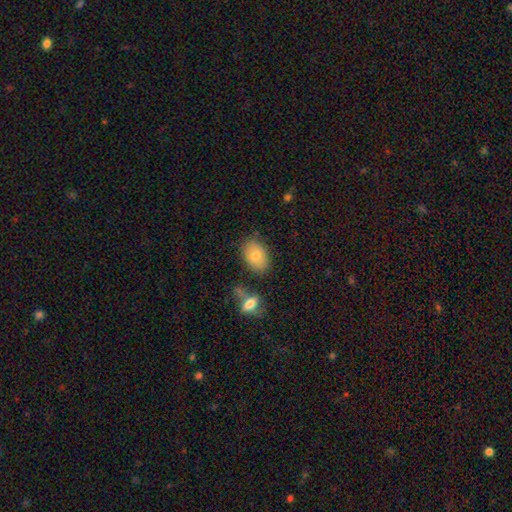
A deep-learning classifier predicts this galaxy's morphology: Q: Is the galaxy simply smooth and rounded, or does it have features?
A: smooth — 80%.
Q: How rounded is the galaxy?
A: in between — 87%.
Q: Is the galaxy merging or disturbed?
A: none — 75%.